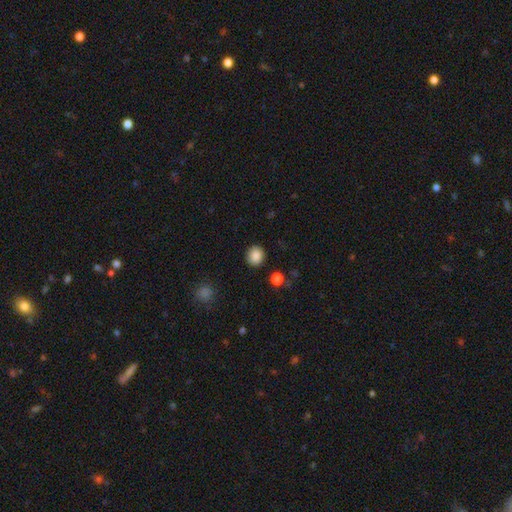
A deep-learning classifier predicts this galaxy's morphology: type=smooth (87%); roundness=round (83%); merging=none (90%).